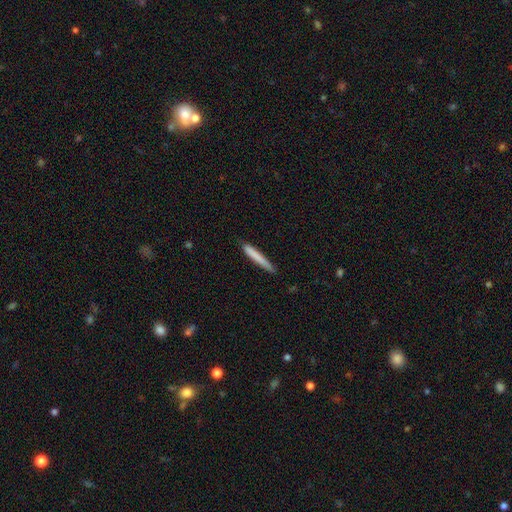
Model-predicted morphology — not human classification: Smooth or featured: smooth — 78% (featured or disk — 17%)
How rounded: cigar-shaped — 96% (in between — 3%)
Merging: none — 83% (minor disturbance — 14%)